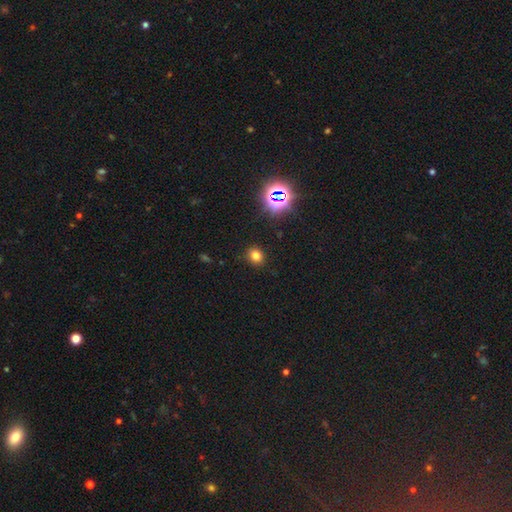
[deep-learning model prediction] The model was most divided on "how rounded": round: 68%, in between: 31%, cigar-shaped: 1%. More confident: merging — none (88%); smooth or featured — smooth (73%).